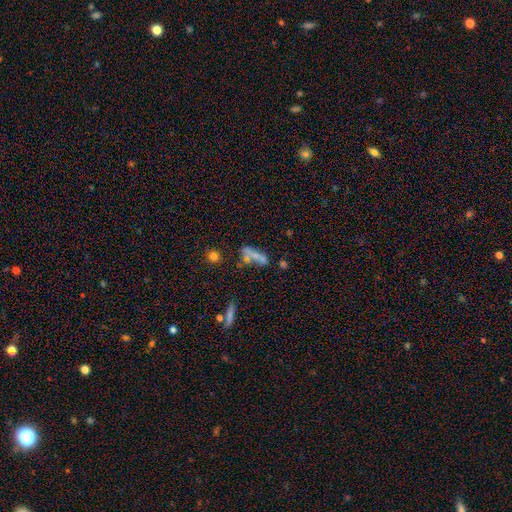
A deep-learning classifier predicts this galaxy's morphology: This is possibly a smooth galaxy (58%). How rounded: likely cigar-shaped (65%). Merging: marginally none (40%).